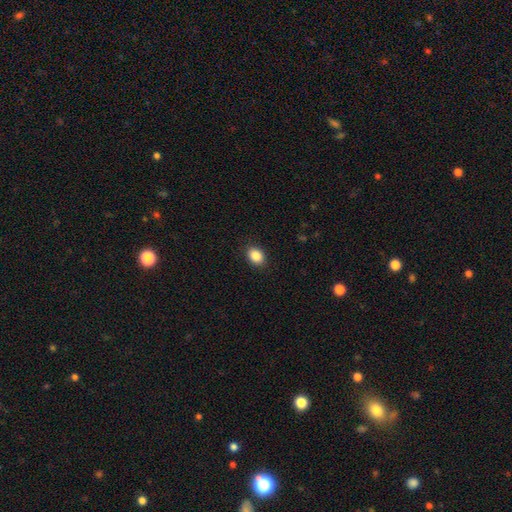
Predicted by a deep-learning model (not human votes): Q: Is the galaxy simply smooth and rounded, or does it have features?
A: smooth — 87%.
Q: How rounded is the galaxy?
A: in between — 63%.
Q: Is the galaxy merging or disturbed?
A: none — 89%.